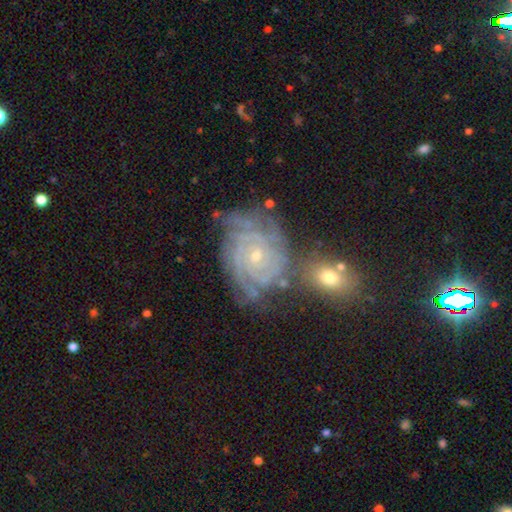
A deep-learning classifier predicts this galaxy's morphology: smooth-or-featured: featured or disk: 88% | star or artifact: 6% | smooth: 6%
  disk-edge-on: no: 98% | yes: 2%
    bar: no: 73% | weak: 21% | strong: 5%
    has-spiral-arms: yes: 97% | no: 3%
      spiral-winding: tight: 82% | medium: 15% | loose: 3%
      spiral-arm-count: can't tell: 27% | 3: 23% | 4: 19% | 2: 16% | more than 4: 8% | 1: 7%
    bulge-size: small: 72% | moderate: 25% | none: 1% | large: 1% | dominant: 1%
  merging: none: 55% | minor disturbance: 23% | merger: 12% | major disturbance: 10%